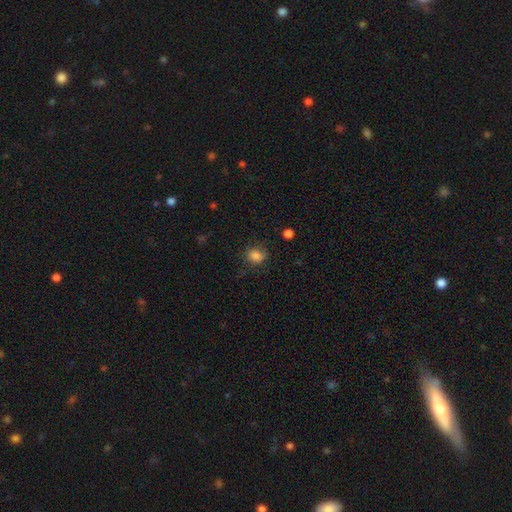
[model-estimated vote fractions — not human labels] smooth-or-featured: smooth: 83% | star or artifact: 11% | featured or disk: 6%
  how-rounded: round: 57% | in between: 42% | cigar-shaped: 1%
  merging: none: 72% | minor disturbance: 20% | major disturbance: 7% | merger: 2%